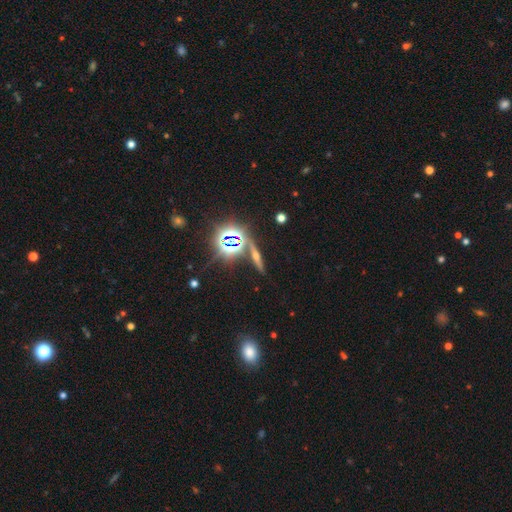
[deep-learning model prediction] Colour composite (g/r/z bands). It shows a featured or disk galaxy (43%). Merging: none (81%).